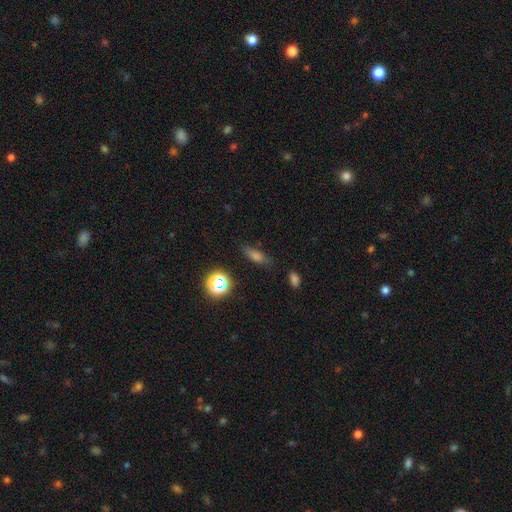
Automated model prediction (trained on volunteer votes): A smooth galaxy with no disk features (68%) that is in between round and cigar-shaped (52%). Merging: none (76%).